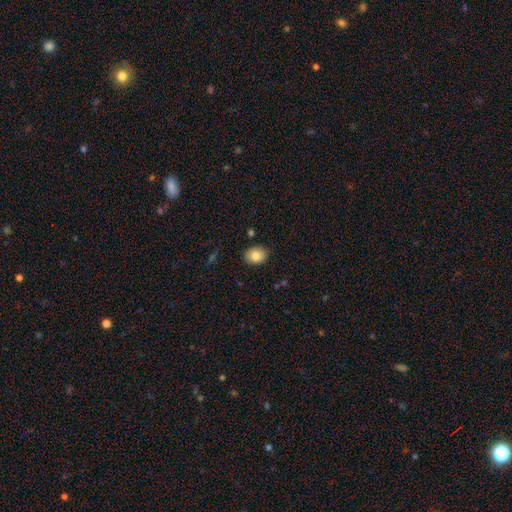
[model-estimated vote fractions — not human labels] The model was most divided on "how rounded": in between: 51%, round: 48%, cigar-shaped: 1%. More confident: merging — none (87%); smooth or featured — smooth (83%).